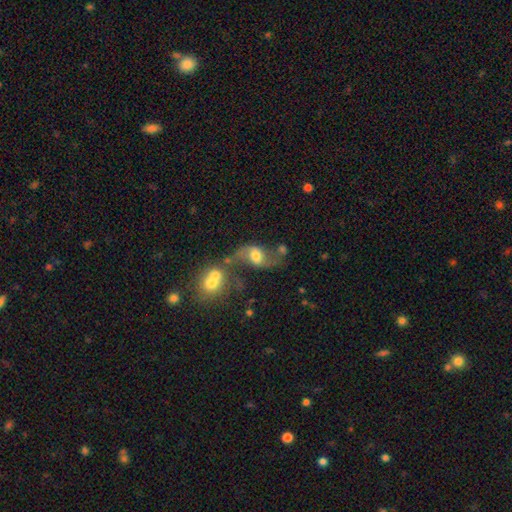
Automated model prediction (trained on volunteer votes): Smooth or featured? featured or disk (65%)
Edge-on disk? no (96%)
Bar? no (45%)
Spiral arms? yes (85%)
Spiral winding? loose (81%)
Spiral arm count? 2 (90%)
Bulge size? moderate (56%)
Merging? none (40%)